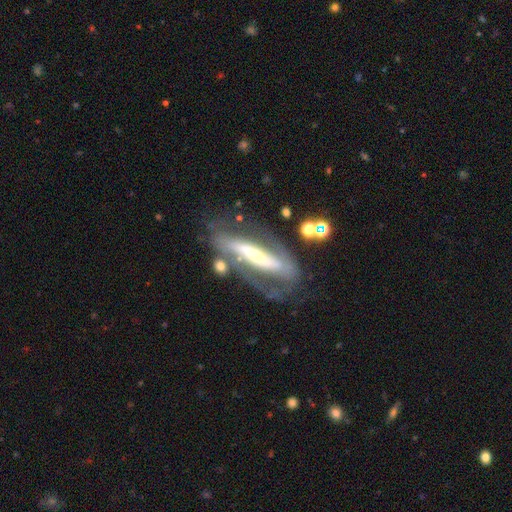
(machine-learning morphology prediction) Smooth or featured?
  - featured or disk: 80% *
  - smooth: 14%
  - star or artifact: 6%
Edge-on disk?
  - no: 68% *
  - yes: 32%
Bar?
  - strong: 69% *
  - no: 17%
  - weak: 15%
Spiral arms?
  - yes: 74% *
  - no: 26%
Bulge size?
  - small: 52% *
  - moderate: 38%
  - large: 6%
  - dominant: 2%
  - none: 2%
Merging?
  - none: 60% *
  - minor disturbance: 19%
  - major disturbance: 15%
  - merger: 6%